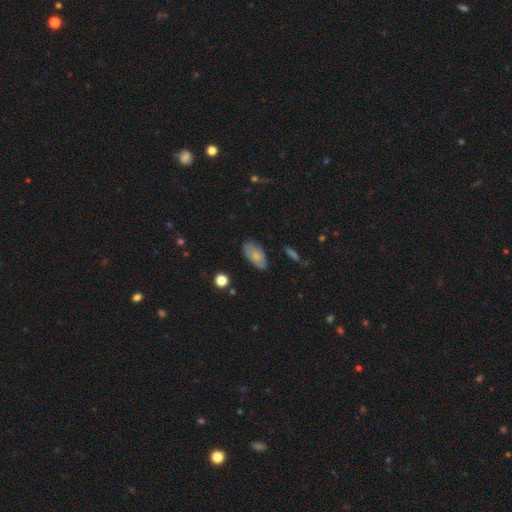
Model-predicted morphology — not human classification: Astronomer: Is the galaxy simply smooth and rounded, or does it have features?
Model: smooth — 76%.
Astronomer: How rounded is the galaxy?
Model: in between — 91%.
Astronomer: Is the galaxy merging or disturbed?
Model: none — 78%.